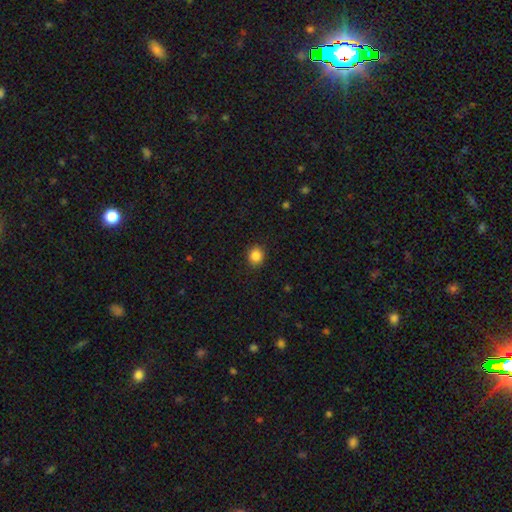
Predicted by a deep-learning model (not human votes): A smooth galaxy with no disk features (86%) that is round (79%).

Vote fractions:
- Smooth or featured? smooth: 86% / star or artifact: 10% / featured or disk: 4%
- How rounded? round: 79% / in between: 20% / cigar-shaped: 1%
- Merging? none: 90% / minor disturbance: 7% / major disturbance: 2% / merger: 1%